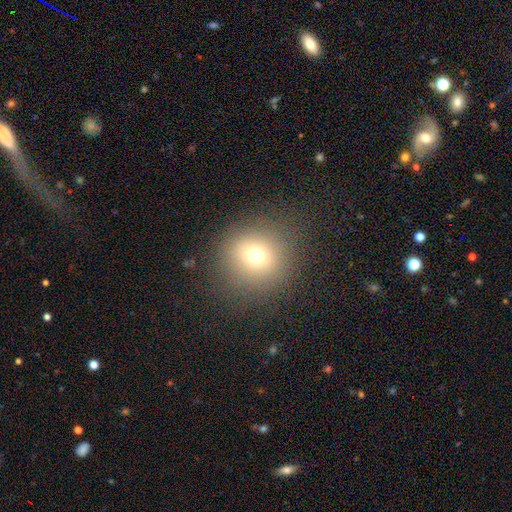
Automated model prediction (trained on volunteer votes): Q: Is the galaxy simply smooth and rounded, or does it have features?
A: smooth — 70%.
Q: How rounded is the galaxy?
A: round — 91%.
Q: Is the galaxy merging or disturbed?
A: none — 87%.